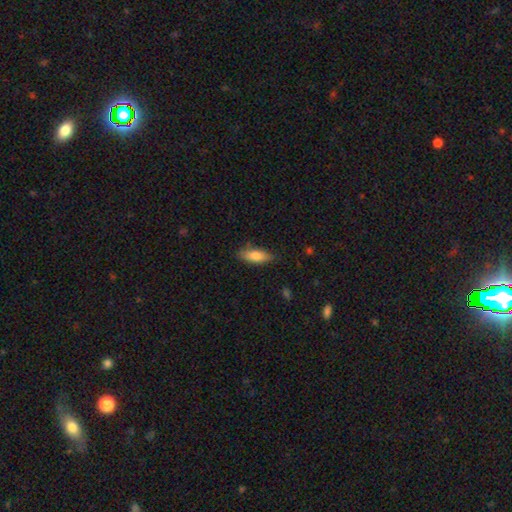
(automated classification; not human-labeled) smooth 80%, featured or disk 14%, star or artifact 6%. Down the decision tree: how rounded — in between (67%); merging — none (82%).